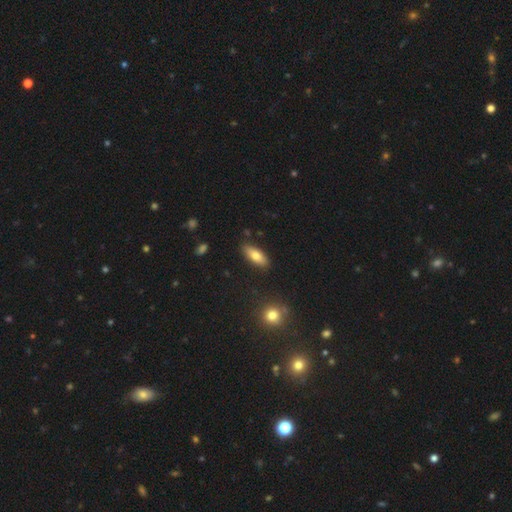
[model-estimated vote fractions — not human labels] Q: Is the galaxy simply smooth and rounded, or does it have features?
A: smooth — 75%.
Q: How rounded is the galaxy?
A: in between — 73%.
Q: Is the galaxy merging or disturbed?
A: none — 85%.